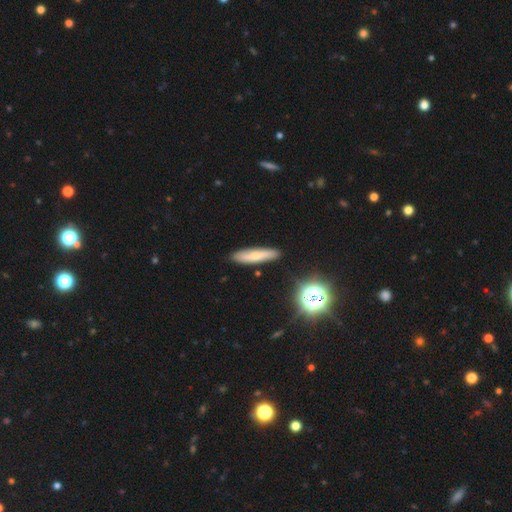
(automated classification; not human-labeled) A smooth galaxy with no disk features (64%) that is cigar-shaped (80%). Merging: none (87%).